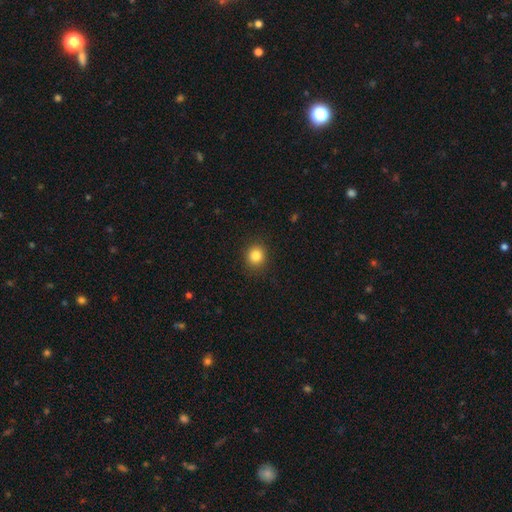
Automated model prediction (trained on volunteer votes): This appears to be a smooth galaxy with no disk features (84%) that is round (84%). Merging: none (90%).